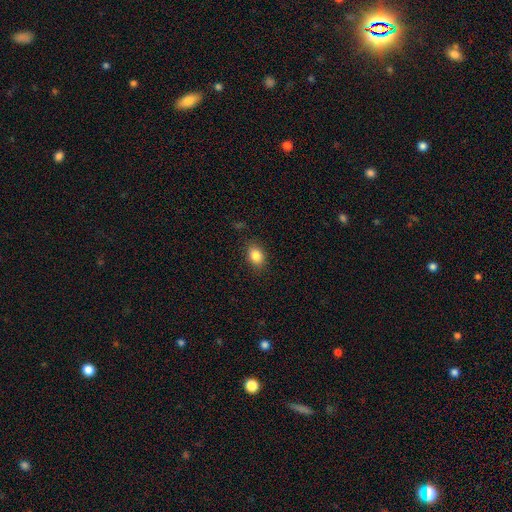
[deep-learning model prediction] Smooth or featured? Predicted: smooth (p=0.85). How rounded? Predicted: in between (p=0.71). Merging? Predicted: none (p=0.86).